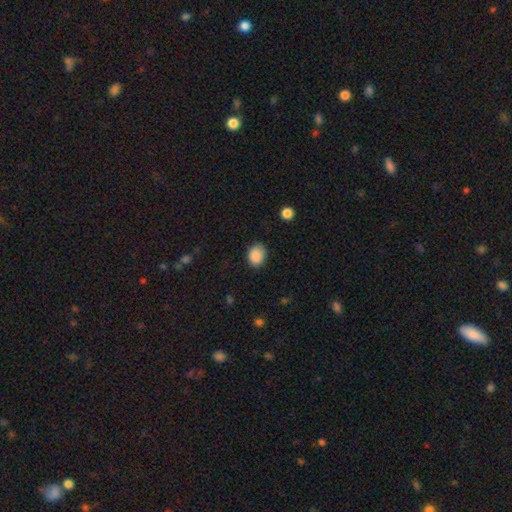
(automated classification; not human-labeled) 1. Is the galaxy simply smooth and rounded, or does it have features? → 88% smooth, 8% star or artifact, 3% featured or disk.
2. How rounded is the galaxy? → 58% in between, 41% round, 1% cigar-shaped.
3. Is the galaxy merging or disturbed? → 79% none, 17% minor disturbance, 4% major disturbance, 1% merger.